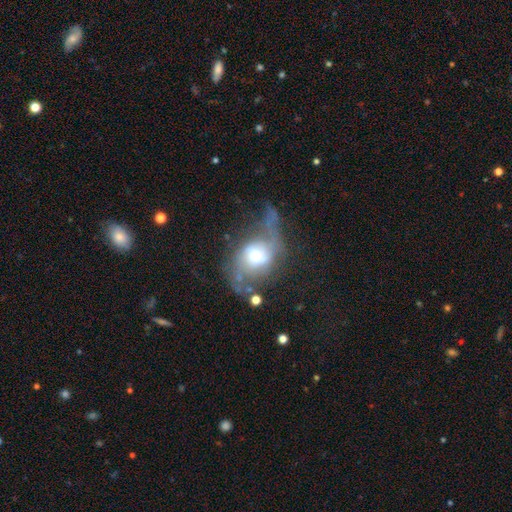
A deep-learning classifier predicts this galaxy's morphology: Smooth or featured: featured or disk — 63% (smooth — 29%)
Edge-on disk: no — 95% (yes — 5%)
Bar: no — 59% (weak — 31%)
Spiral arms: yes — 74% (no — 26%)
Bulge size: moderate — 60% (large — 18%)
Merging: major disturbance — 44% (none — 28%)